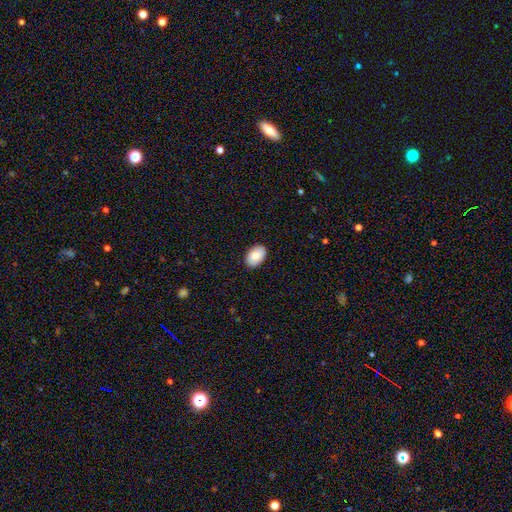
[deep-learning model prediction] Morphology: type=smooth (80%); roundness=in between (90%); merging=none (89%).